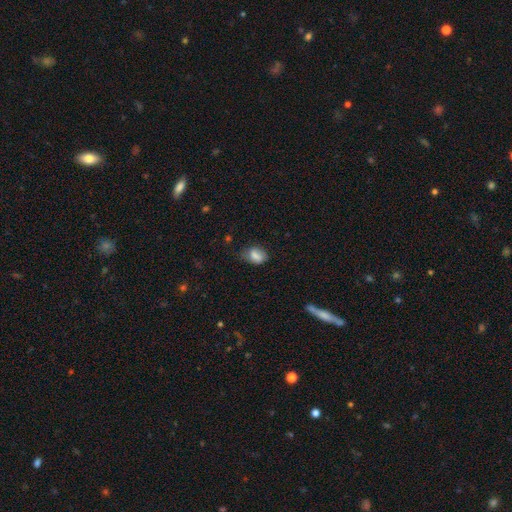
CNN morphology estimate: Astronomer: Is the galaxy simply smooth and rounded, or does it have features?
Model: smooth — 77%.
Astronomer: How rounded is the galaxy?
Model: in between — 76%.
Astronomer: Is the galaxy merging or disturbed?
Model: none — 57%.